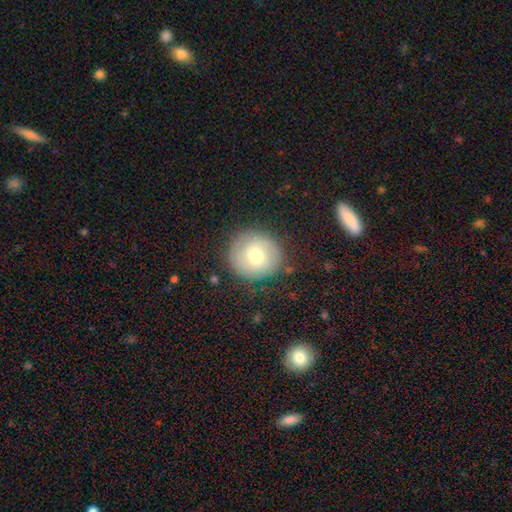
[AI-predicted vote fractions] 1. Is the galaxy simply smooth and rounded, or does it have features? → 64% smooth, 27% featured or disk, 9% star or artifact.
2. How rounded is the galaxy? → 92% round, 7% in between, 1% cigar-shaped.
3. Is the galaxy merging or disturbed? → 85% none, 10% minor disturbance, 4% major disturbance, 1% merger.